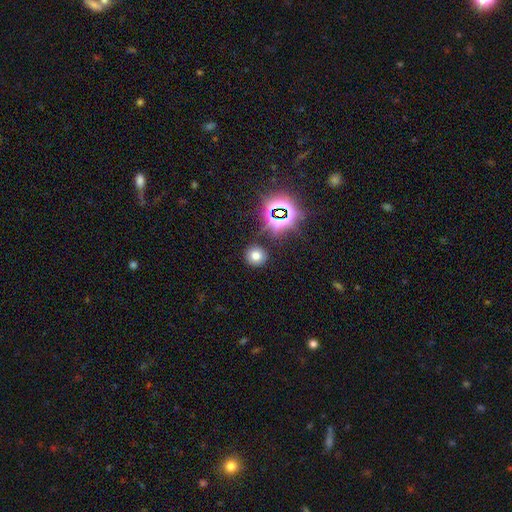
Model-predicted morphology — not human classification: Smooth or featured: smooth — 67% (star or artifact — 24%)
How rounded: round — 89% (in between — 10%)
Merging: none — 86% (minor disturbance — 8%)